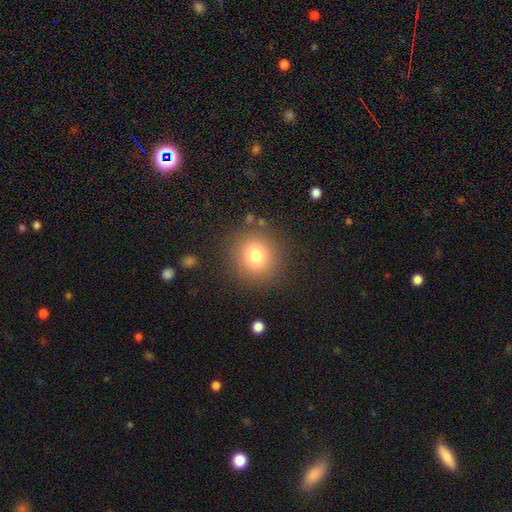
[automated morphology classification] type=smooth (77%); roundness=round (90%); merging=none (86%).